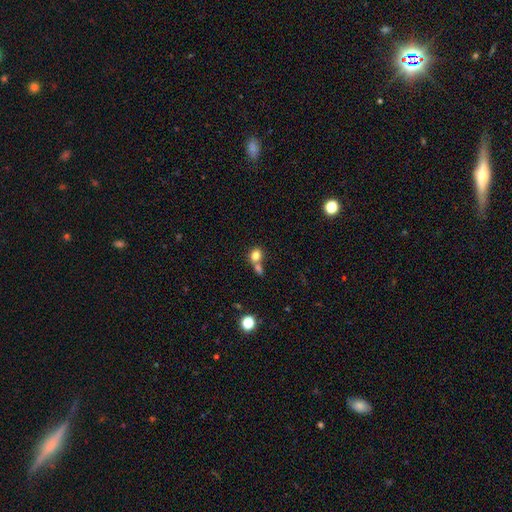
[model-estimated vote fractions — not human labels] Morphology: type=smooth (79%); roundness=round (72%); merging=merger (48%).